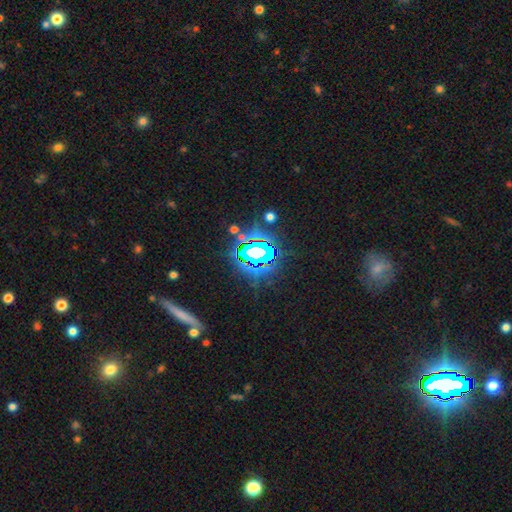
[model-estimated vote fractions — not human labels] smooth_or_featured: star or artifact (p=0.67) [alt: smooth p=0.17]